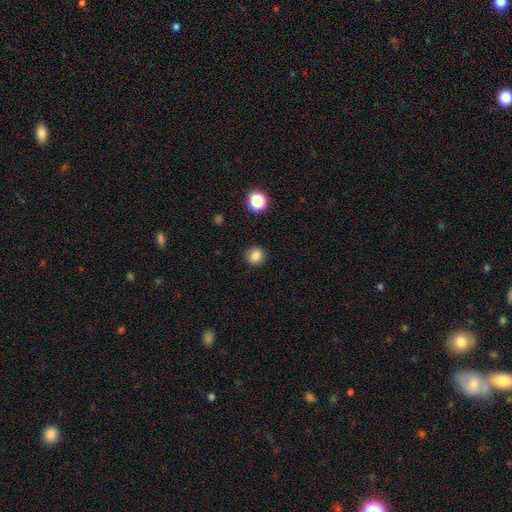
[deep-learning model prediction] Smooth or featured: smooth — 82% (star or artifact — 11%)
How rounded: round — 77% (in between — 22%)
Merging: none — 87% (minor disturbance — 9%)